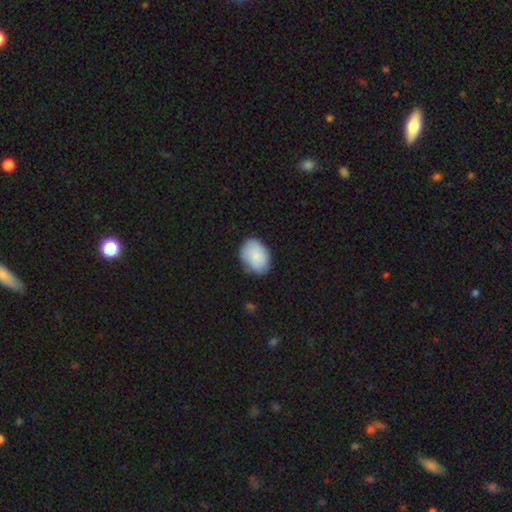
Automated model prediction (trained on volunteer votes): Overall: smooth (86%). How rounded: in between (81%). Merging: none (77%).